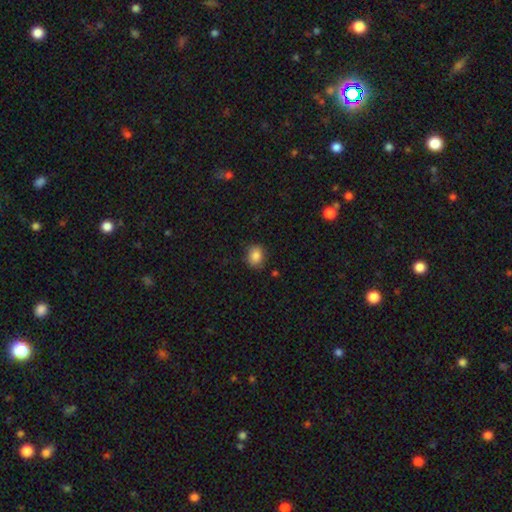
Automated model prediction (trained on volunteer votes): Smooth or featured? Predicted: smooth (p=0.86). How rounded? Predicted: round (p=0.52). Merging? Predicted: none (p=0.82).